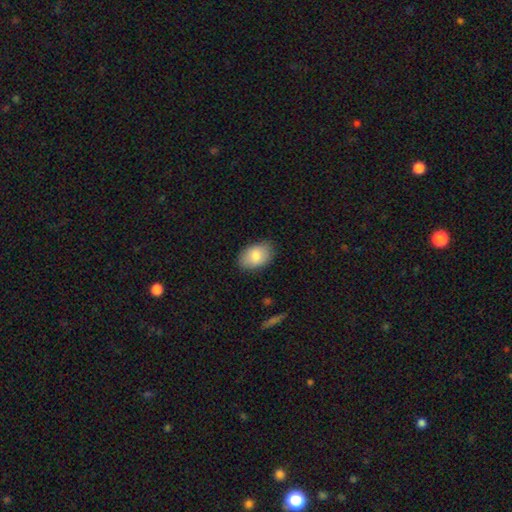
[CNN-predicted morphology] This is clearly a smooth galaxy (81%). How rounded: clearly in between (88%). Merging: clearly none (84%).